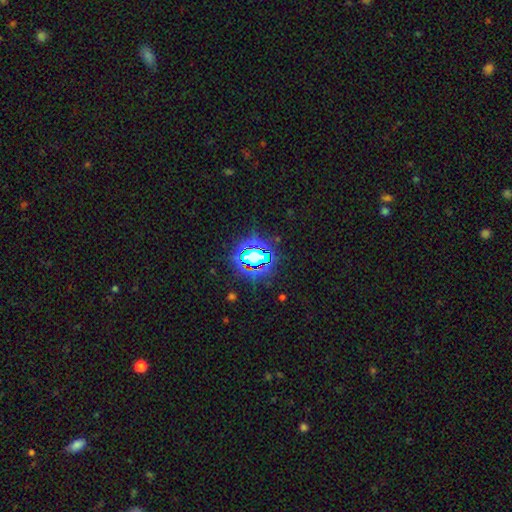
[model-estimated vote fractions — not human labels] Smooth or featured?
  - star or artifact: 81% *
  - smooth: 12%
  - featured or disk: 7%